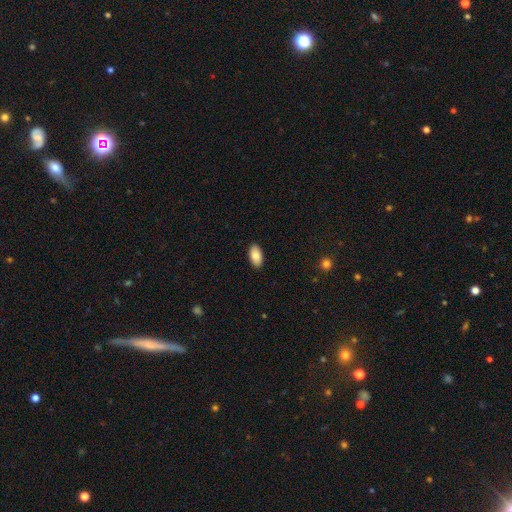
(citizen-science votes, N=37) This appears to be a smooth galaxy with no disk features (95%) that is in between round and cigar-shaped (86%). Merging: none (89%).